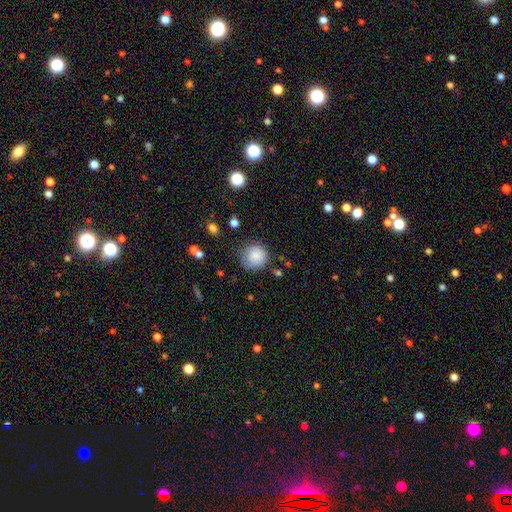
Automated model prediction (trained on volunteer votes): Smooth or featured?
  - smooth: 83% *
  - star or artifact: 9%
  - featured or disk: 8%
How rounded?
  - round: 88% *
  - in between: 11%
  - cigar-shaped: 1%
Merging?
  - none: 66% *
  - minor disturbance: 24%
  - major disturbance: 8%
  - merger: 2%